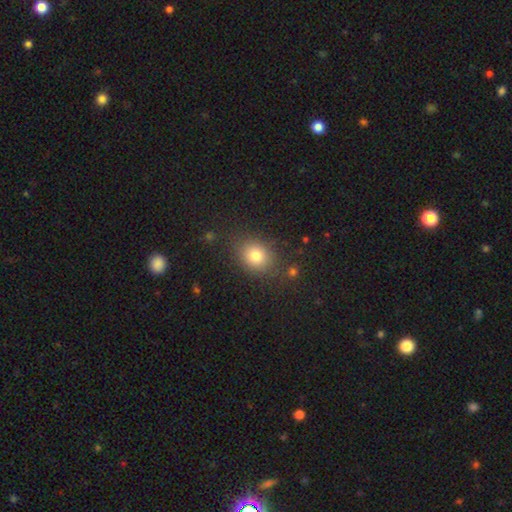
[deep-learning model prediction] Smooth or featured? smooth (80%)
How rounded? round (60%)
Merging? none (83%)